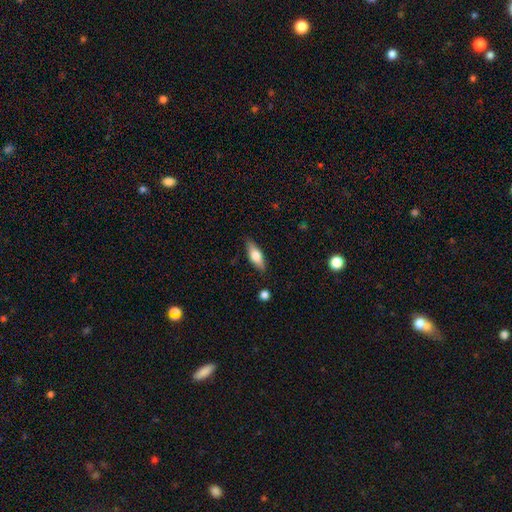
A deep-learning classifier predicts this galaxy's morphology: The model was most divided on "how rounded": in between: 66%, cigar-shaped: 31%, round: 3%. More confident: merging — none (85%); smooth or featured — smooth (66%).